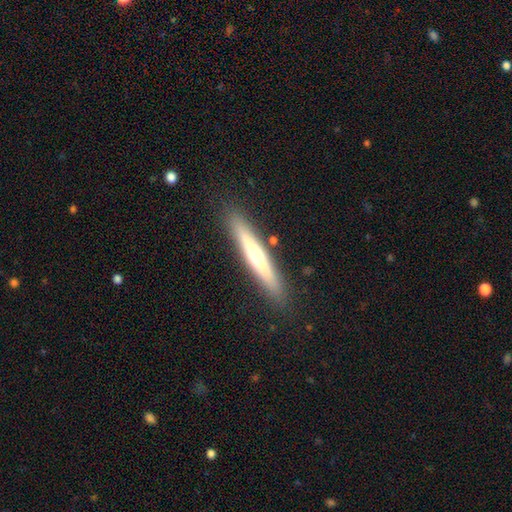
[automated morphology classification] A smooth galaxy with no disk features (47%). Merging: none (87%).